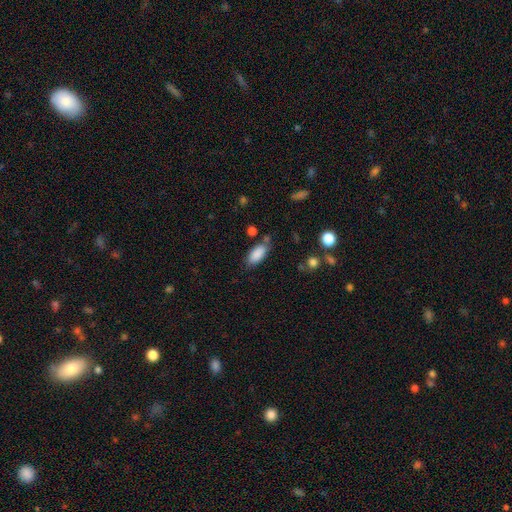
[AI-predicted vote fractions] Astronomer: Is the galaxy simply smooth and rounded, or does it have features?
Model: smooth — 88%.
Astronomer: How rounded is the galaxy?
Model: in between — 89%.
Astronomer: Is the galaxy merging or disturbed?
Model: none — 74%.